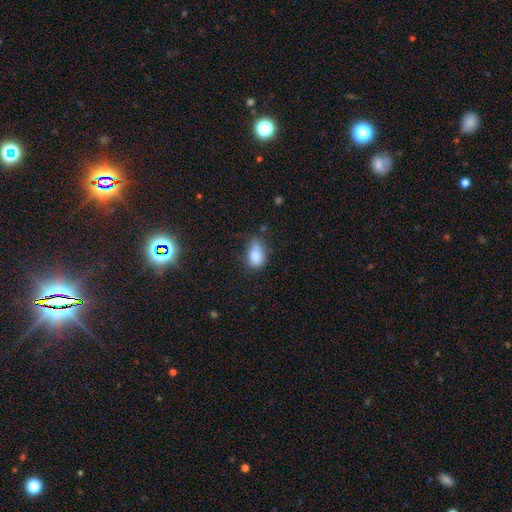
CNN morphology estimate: Overall: smooth (80%). How rounded: in between (81%). Merging: none (38%; minor disturbance 37%).